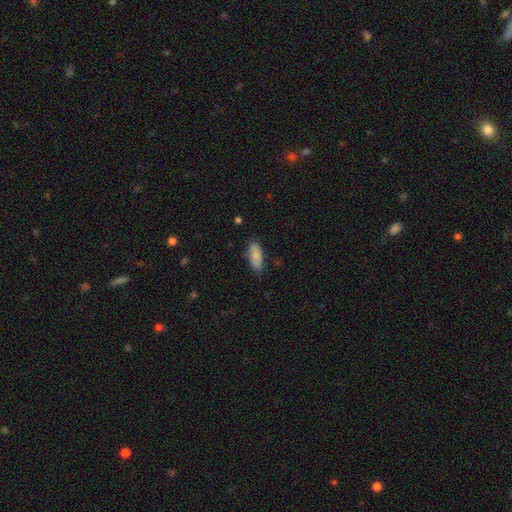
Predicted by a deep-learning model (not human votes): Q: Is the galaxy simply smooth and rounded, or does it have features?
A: smooth — 82%.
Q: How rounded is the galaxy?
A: in between — 79%.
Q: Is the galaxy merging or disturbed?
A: none — 78%.